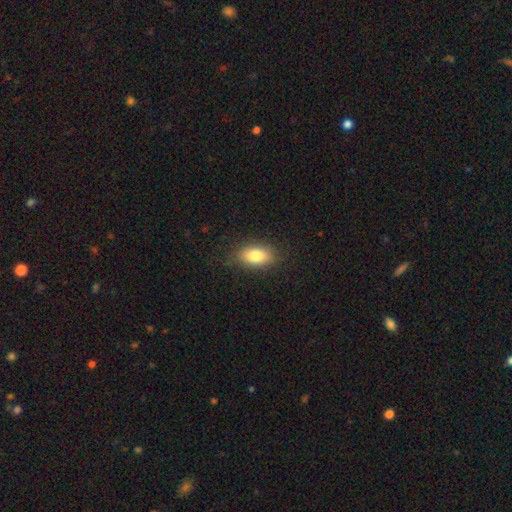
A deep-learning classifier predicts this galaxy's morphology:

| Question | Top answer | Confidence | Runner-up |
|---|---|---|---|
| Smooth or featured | smooth | 83% | featured or disk (10%) |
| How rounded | in between | 89% | round (7%) |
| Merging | none | 81% | minor disturbance (14%) |